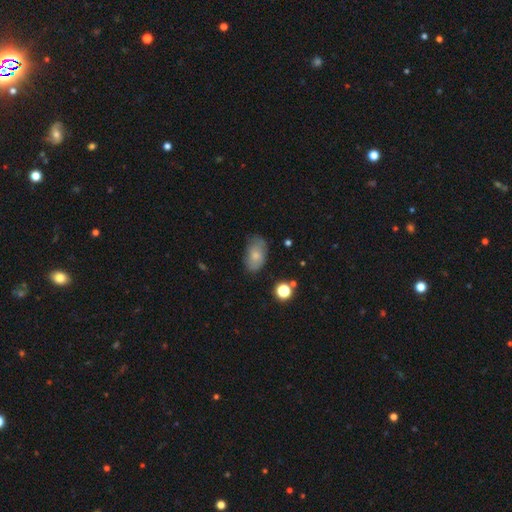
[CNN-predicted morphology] smooth_or_featured: smooth (p=0.74) [alt: featured or disk p=0.18]
how_rounded: in between (p=0.90) [alt: round p=0.09]
merging: none (p=0.67) [alt: minor disturbance p=0.25]